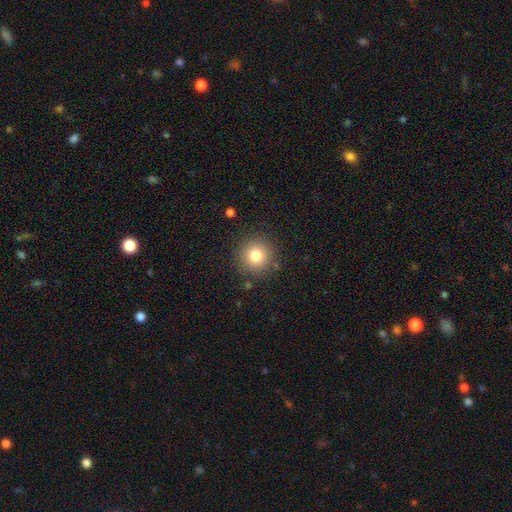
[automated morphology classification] smooth 80%, star or artifact 12%, featured or disk 9%. Down the decision tree: how rounded — round (94%); merging — none (88%).